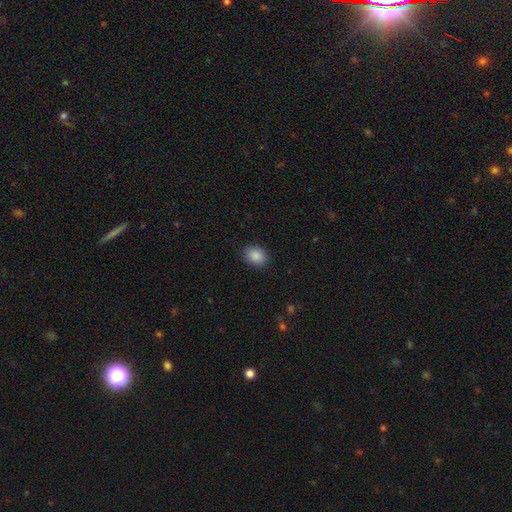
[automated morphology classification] Smooth or featured? Predicted: smooth (p=0.89). How rounded? Predicted: in between (p=0.62). Merging? Predicted: none (p=0.88).